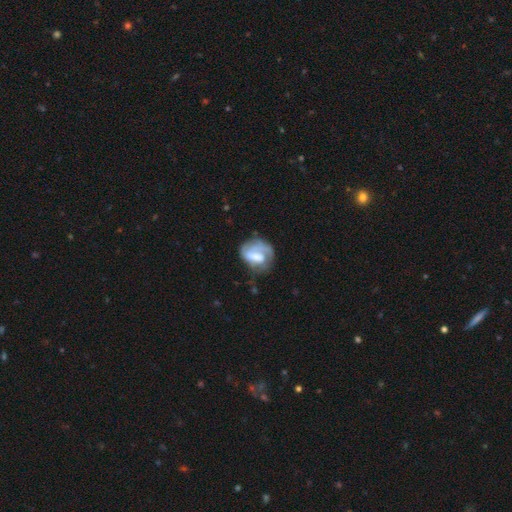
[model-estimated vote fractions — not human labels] Q: Smooth or featured?
A: featured or disk (56%); runner-up: smooth (36%)
Q: Edge-on disk?
A: no (97%); runner-up: yes (3%)
Q: Bar?
A: weak (39%); runner-up: no (34%)
Q: Spiral arms?
A: yes (62%); runner-up: no (38%)
Q: Bulge size?
A: moderate (31%); runner-up: none (30%)
Q: Merging?
A: none (43%); runner-up: minor disturbance (27%)